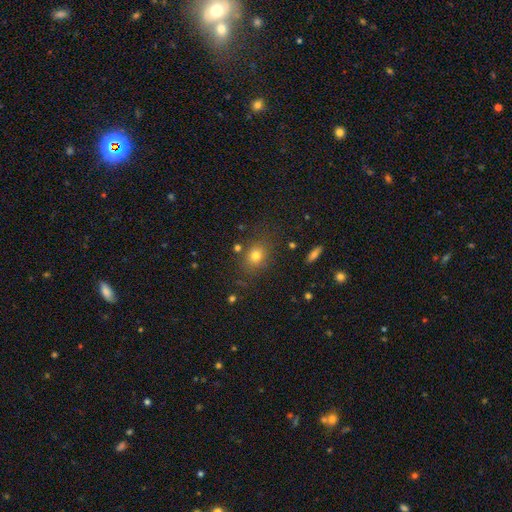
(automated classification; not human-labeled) Smooth or featured? Predicted: smooth (p=0.76). How rounded? Predicted: round (p=0.59). Merging? Predicted: none (p=0.78).